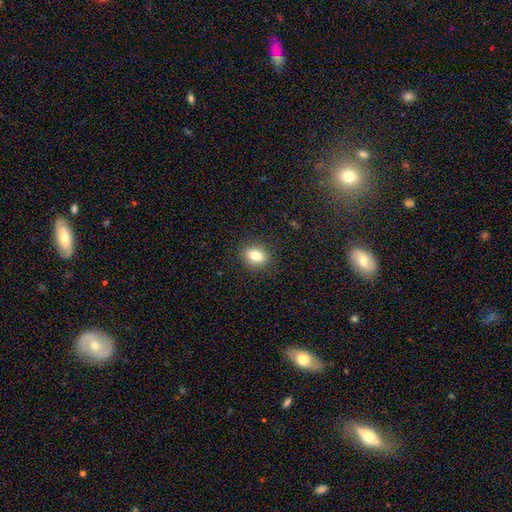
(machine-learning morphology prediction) Overall: smooth (79%). How rounded: in between (66%; round 31%). Merging: none (88%).